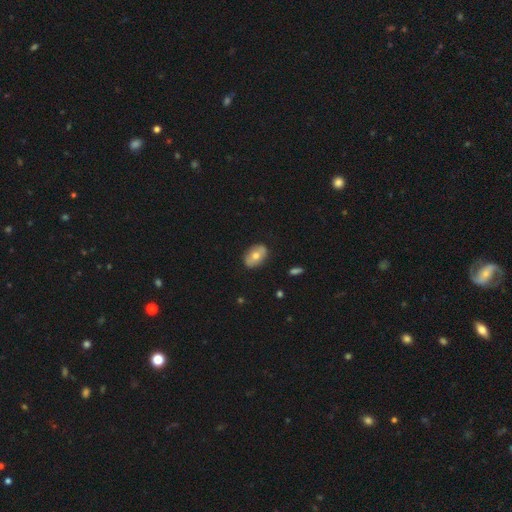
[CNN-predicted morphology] Q: Smooth or featured?
A: smooth (61%); runner-up: featured or disk (32%)
Q: How rounded?
A: in between (86%); runner-up: round (13%)
Q: Merging?
A: none (85%); runner-up: minor disturbance (11%)